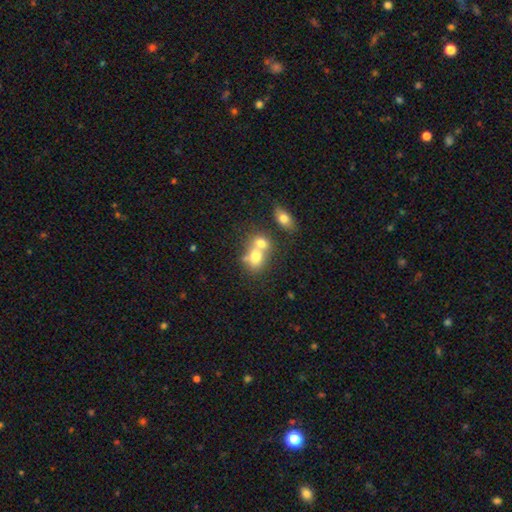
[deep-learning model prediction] Overall: smooth (72%). How rounded: in between (61%; round 38%). Merging: merger (65%).